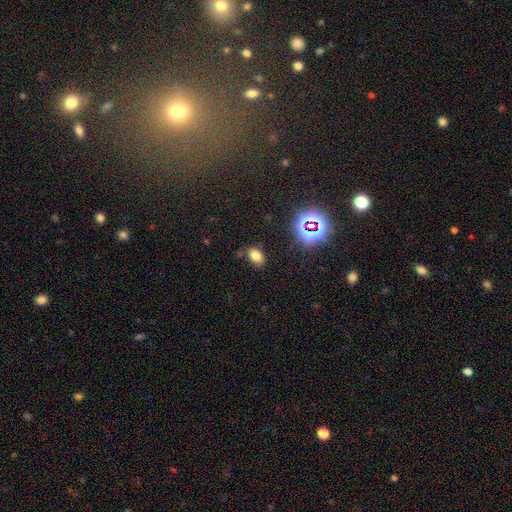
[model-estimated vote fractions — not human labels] A smooth galaxy with no disk features (73%) that is in between round and cigar-shaped (82%). Merging: none (78%).